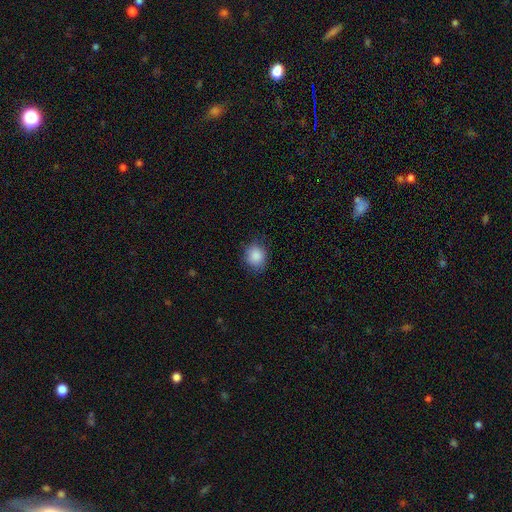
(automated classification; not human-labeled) Smooth or featured: smooth — 88% (star or artifact — 8%)
How rounded: round — 69% (in between — 30%)
Merging: none — 82% (minor disturbance — 14%)